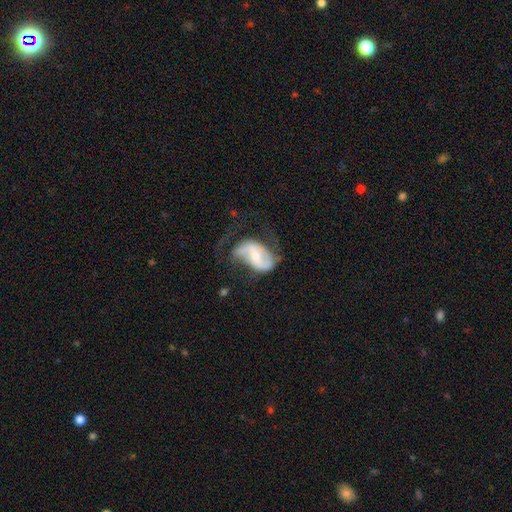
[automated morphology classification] smooth_or_featured: featured or disk (p=0.73) [alt: smooth p=0.21]
disk_edge_on: no (p=0.96) [alt: yes p=0.04]
bar: weak (p=0.42) [alt: strong p=0.35]
has_spiral_arms: yes (p=0.84) [alt: no p=0.16]
spiral_winding: loose (p=0.51) [alt: medium p=0.36]
spiral_arm_count: 2 (p=0.80) [alt: 1 p=0.09]
bulge_size: small (p=0.43) [alt: moderate p=0.42]
merging: none (p=0.39) [alt: major disturbance p=0.34]